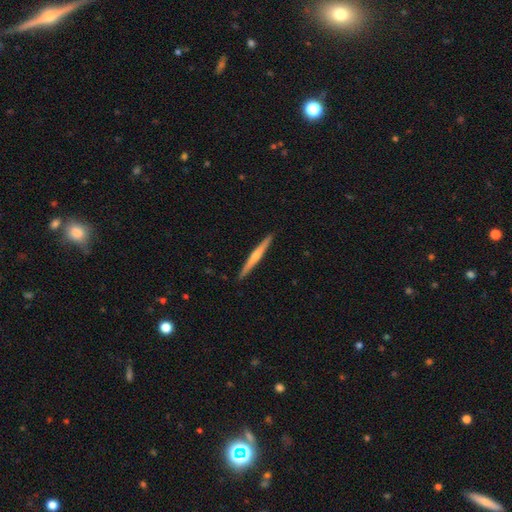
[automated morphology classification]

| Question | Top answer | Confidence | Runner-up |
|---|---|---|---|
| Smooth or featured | featured or disk | 59% | smooth (36%) |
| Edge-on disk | yes | 98% | no (2%) |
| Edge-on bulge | rounded | 62% | none (31%) |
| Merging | none | 92% | minor disturbance (6%) |